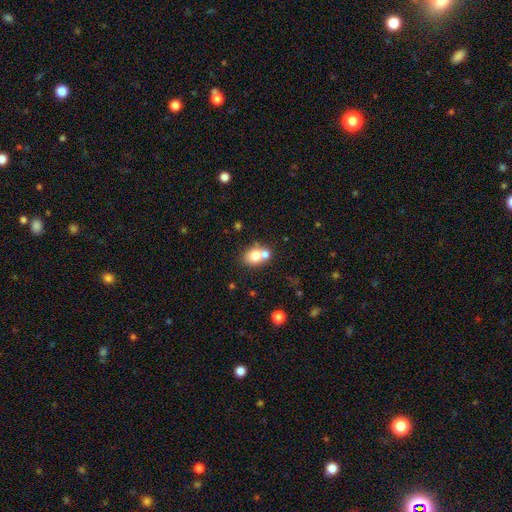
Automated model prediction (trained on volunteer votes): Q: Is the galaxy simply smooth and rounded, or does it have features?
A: smooth — 75%.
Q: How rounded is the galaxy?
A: in between — 51%.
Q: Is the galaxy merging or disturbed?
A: merger — 44%.